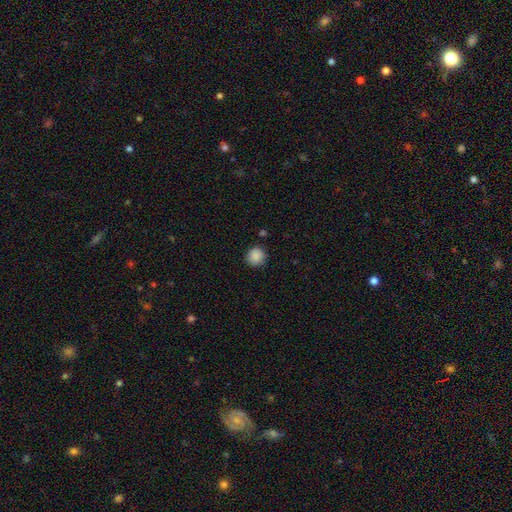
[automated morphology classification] This appears to be a smooth galaxy with no disk features (88%) that is round (92%). Merging: none (87%).